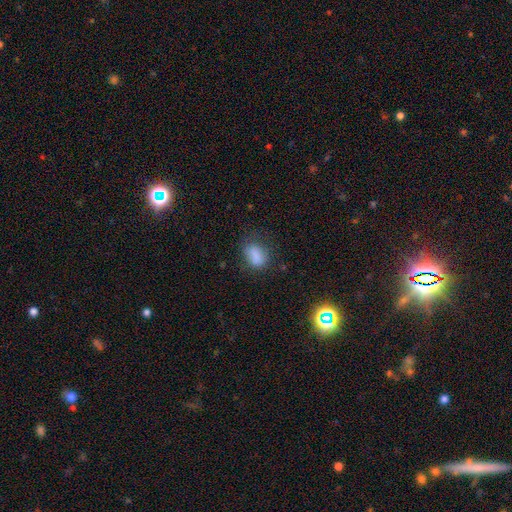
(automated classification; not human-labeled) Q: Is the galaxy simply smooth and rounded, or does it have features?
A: smooth — 83%.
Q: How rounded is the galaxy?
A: in between — 80%.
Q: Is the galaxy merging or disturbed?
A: none — 65%.